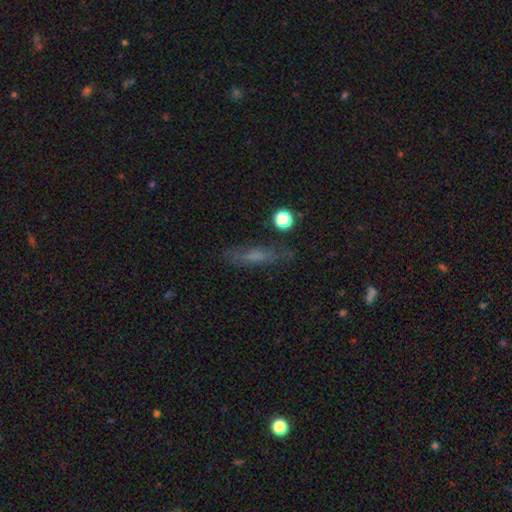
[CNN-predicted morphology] Smooth or featured? smooth (49%)
Merging? none (77%)